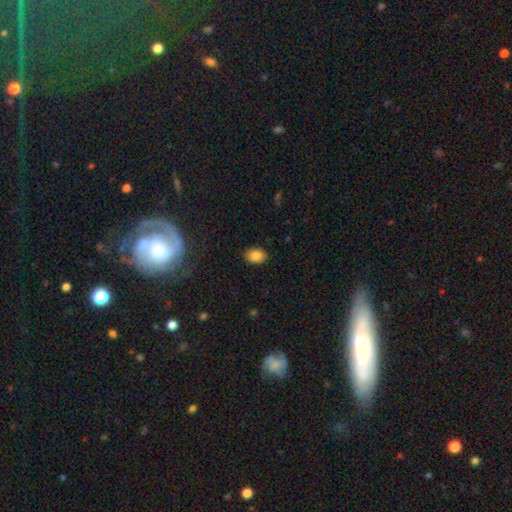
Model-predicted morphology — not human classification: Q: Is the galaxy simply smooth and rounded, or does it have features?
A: smooth — 85%.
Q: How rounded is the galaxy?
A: in between — 75%.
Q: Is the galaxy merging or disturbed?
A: none — 88%.